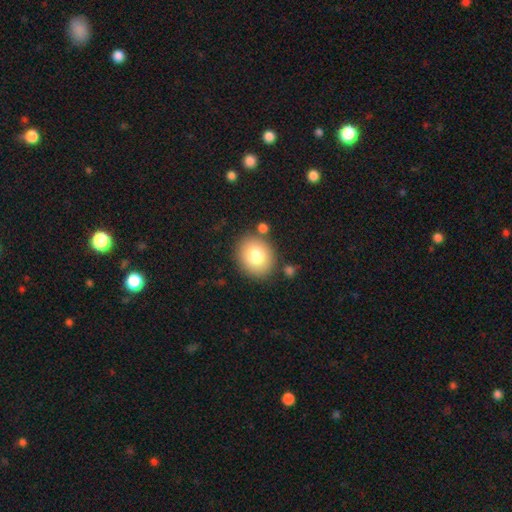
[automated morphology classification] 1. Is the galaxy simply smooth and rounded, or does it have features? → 79% smooth, 12% featured or disk, 9% star or artifact.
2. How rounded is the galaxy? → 72% round, 28% in between, 1% cigar-shaped.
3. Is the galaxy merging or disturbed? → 84% none, 9% minor disturbance, 5% merger, 3% major disturbance.